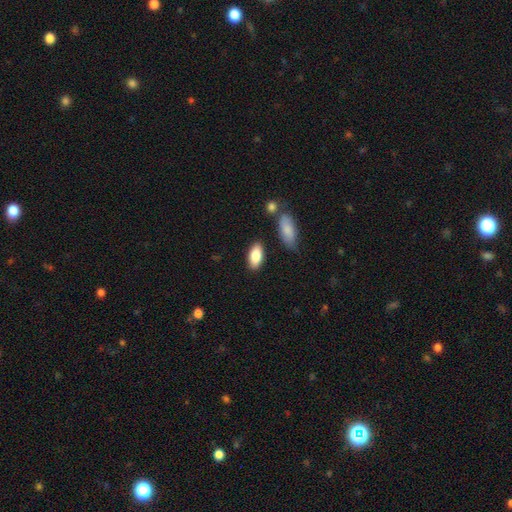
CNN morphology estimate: Smooth or featured: smooth — 85% (featured or disk — 9%)
How rounded: in between — 88% (cigar-shaped — 9%)
Merging: none — 84% (minor disturbance — 10%)